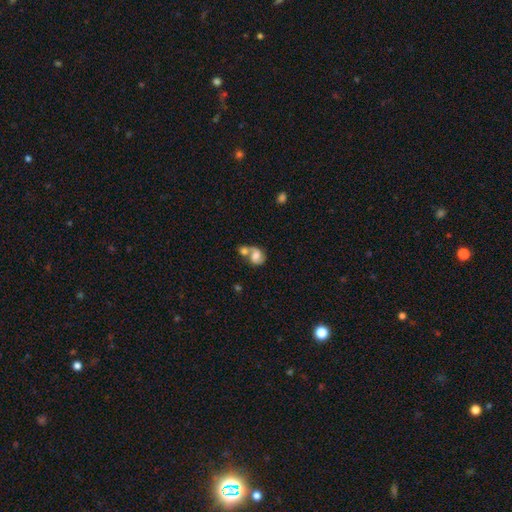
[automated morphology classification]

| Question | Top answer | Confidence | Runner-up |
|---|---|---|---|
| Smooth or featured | featured or disk | 46% | smooth (45%) |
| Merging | merger | 59% | none (23%) |